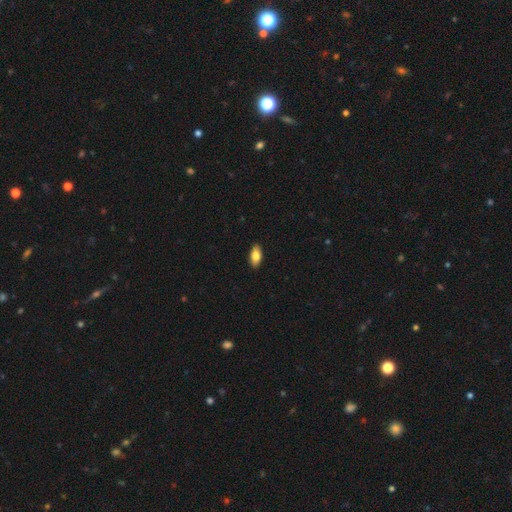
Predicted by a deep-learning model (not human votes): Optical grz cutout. It shows a smooth galaxy with no disk features (82%) that is in between round and cigar-shaped (90%). Merging: none (90%).